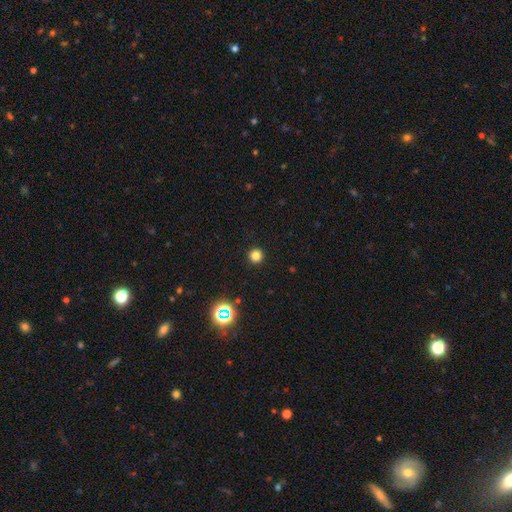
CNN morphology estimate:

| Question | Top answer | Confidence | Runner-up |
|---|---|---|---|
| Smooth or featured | smooth | 80% | star or artifact (16%) |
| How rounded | round | 96% | in between (3%) |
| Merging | none | 93% | minor disturbance (4%) |